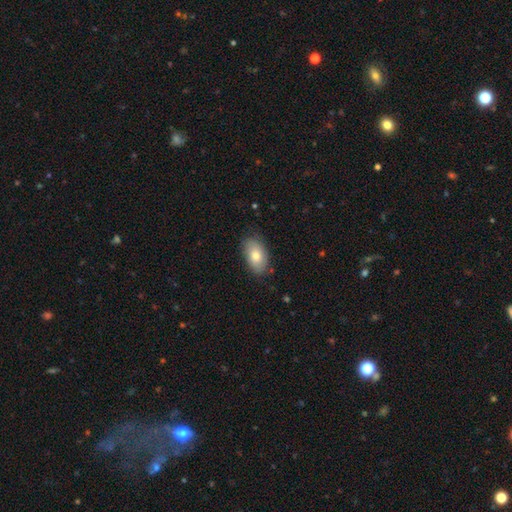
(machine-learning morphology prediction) This appears to be a smooth galaxy with no disk features (76%) that is in between round and cigar-shaped (93%). Merging: none (80%).